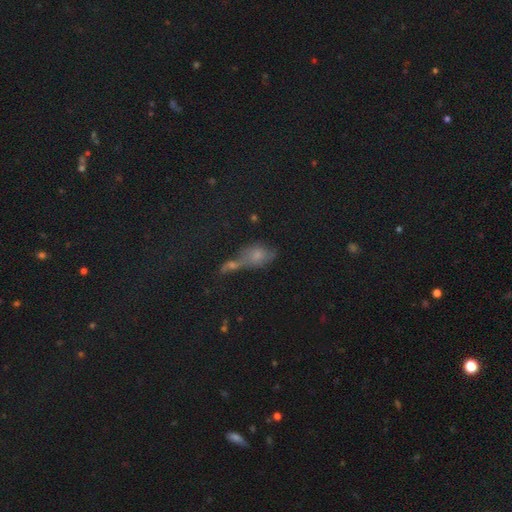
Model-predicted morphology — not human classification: This is possibly a smooth galaxy (52%). How rounded: likely in between (68%). Merging: possibly merger (46%).